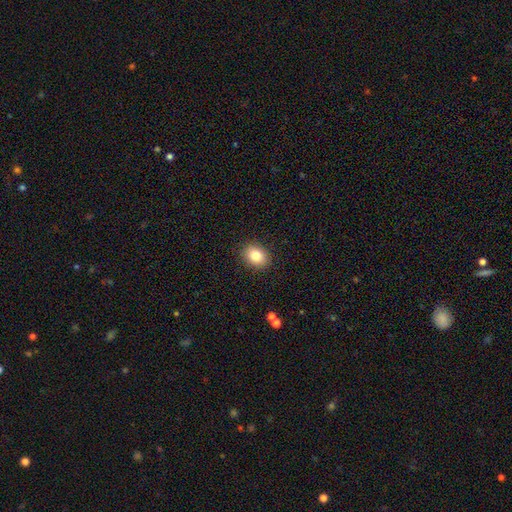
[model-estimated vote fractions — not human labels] A smooth galaxy with no disk features (82%) that is in between round and cigar-shaped (54%).

Vote fractions:
- Smooth or featured? smooth: 82% / star or artifact: 10% / featured or disk: 8%
- How rounded? in between: 54% / round: 45% / cigar-shaped: 1%
- Merging? none: 90% / minor disturbance: 7% / major disturbance: 2% / merger: 1%